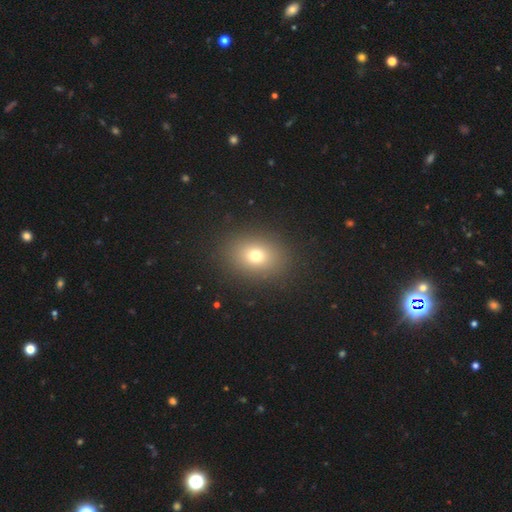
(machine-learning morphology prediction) Q: Smooth or featured?
A: smooth (73%); runner-up: star or artifact (16%)
Q: How rounded?
A: in between (54%); runner-up: round (45%)
Q: Merging?
A: none (89%); runner-up: minor disturbance (7%)